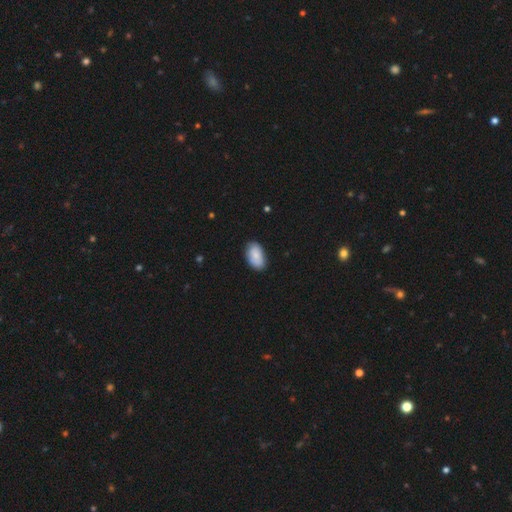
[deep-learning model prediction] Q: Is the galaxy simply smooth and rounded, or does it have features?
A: smooth — 82%.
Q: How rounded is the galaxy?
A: in between — 94%.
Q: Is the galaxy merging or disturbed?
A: none — 82%.